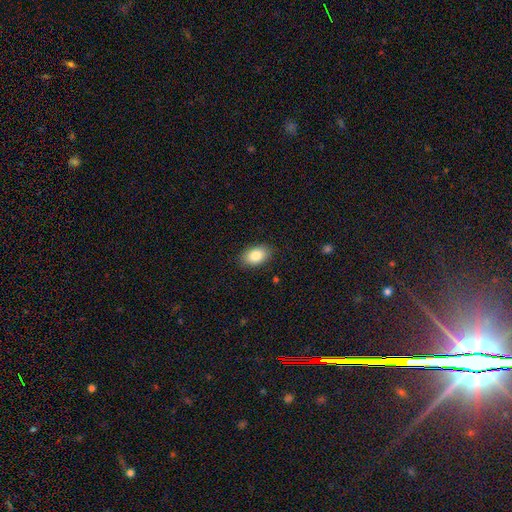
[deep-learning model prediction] Q: Smooth or featured?
A: smooth (85%); runner-up: featured or disk (8%)
Q: How rounded?
A: in between (89%); runner-up: round (9%)
Q: Merging?
A: none (88%); runner-up: minor disturbance (9%)